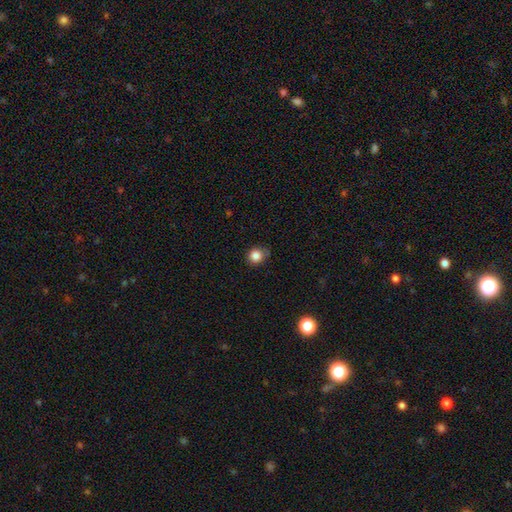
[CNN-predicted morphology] Q: Smooth or featured?
A: smooth (84%); runner-up: star or artifact (11%)
Q: How rounded?
A: round (84%); runner-up: in between (16%)
Q: Merging?
A: none (73%); runner-up: minor disturbance (21%)